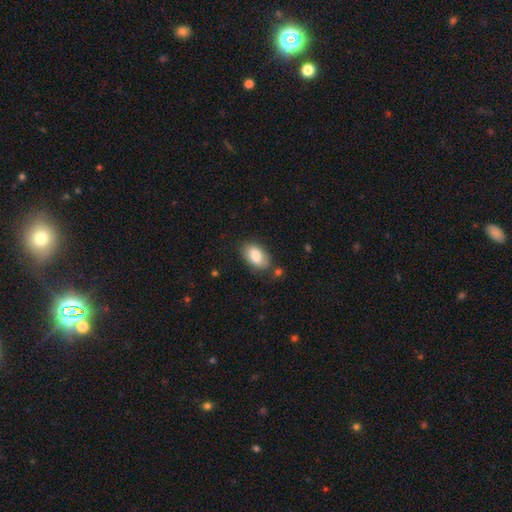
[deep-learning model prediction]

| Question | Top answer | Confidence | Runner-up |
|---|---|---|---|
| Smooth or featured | smooth | 83% | featured or disk (11%) |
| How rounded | in between | 92% | round (7%) |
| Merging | none | 76% | minor disturbance (17%) |